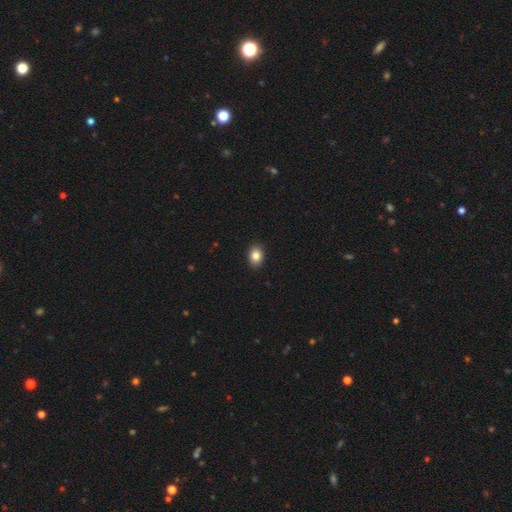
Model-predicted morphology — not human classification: Q: Smooth or featured?
A: smooth (85%); runner-up: star or artifact (9%)
Q: How rounded?
A: in between (70%); runner-up: round (29%)
Q: Merging?
A: none (90%); runner-up: minor disturbance (7%)